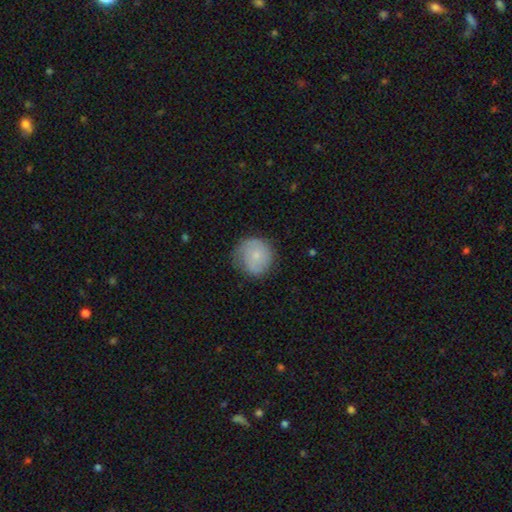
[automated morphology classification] The model was most divided on "smooth or featured": smooth: 63%, featured or disk: 30%, star or artifact: 7%. More confident: how rounded — round (90%); merging — none (69%).